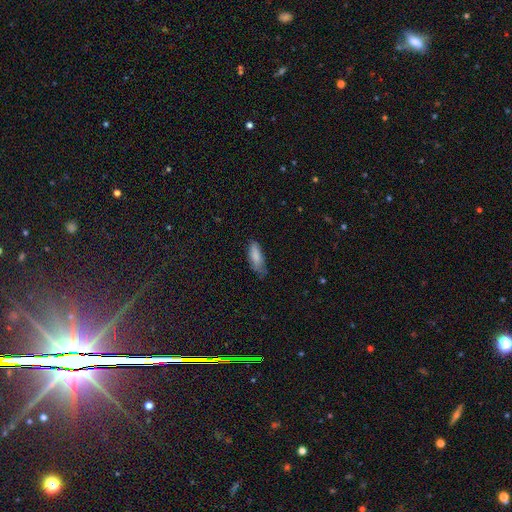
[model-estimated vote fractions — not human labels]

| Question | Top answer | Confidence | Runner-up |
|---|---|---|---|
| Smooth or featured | smooth | 83% | featured or disk (10%) |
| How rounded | in between | 66% | cigar-shaped (32%) |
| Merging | none | 53% | minor disturbance (36%) |